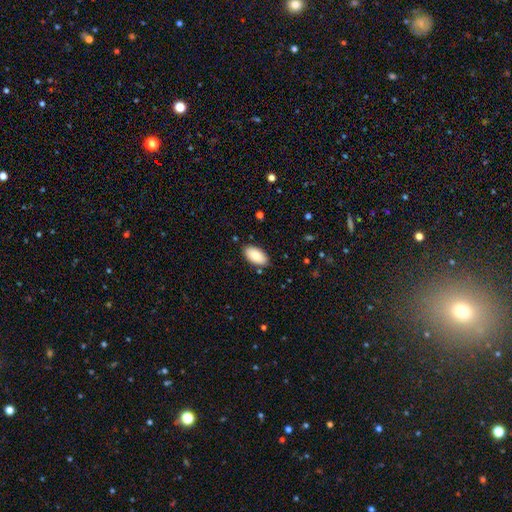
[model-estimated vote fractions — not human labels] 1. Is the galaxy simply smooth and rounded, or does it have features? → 87% smooth, 7% featured or disk, 6% star or artifact.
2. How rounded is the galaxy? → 96% in between, 2% cigar-shaped, 2% round.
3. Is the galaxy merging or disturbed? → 87% none, 10% minor disturbance, 2% major disturbance, 1% merger.